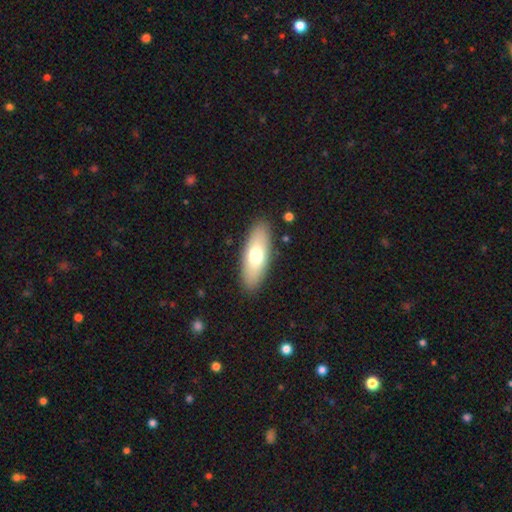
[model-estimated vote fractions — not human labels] Smooth or featured? smooth (68%)
How rounded? in between (72%)
Merging? none (88%)